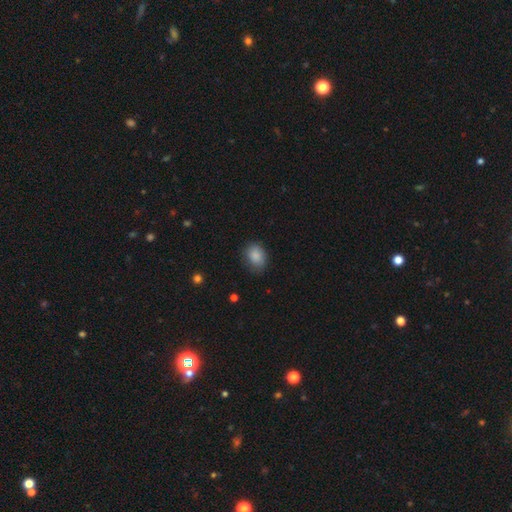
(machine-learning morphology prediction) This appears to be a smooth galaxy with no disk features (86%) that is in between round and cigar-shaped (63%). Merging: none (76%).